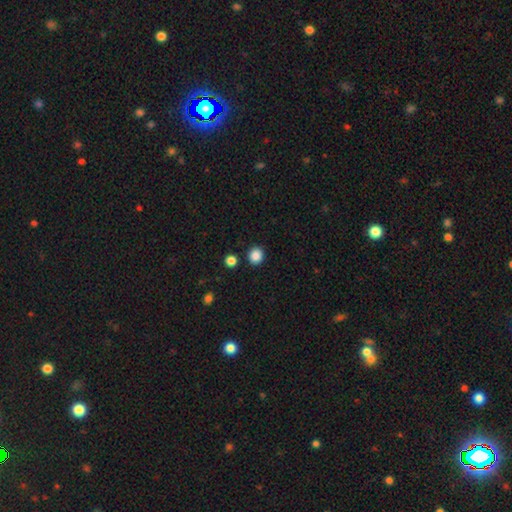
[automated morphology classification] The model was most divided on "how rounded": round: 86%, in between: 13%, cigar-shaped: 1%. More confident: merging — none (89%); smooth or featured — smooth (87%).